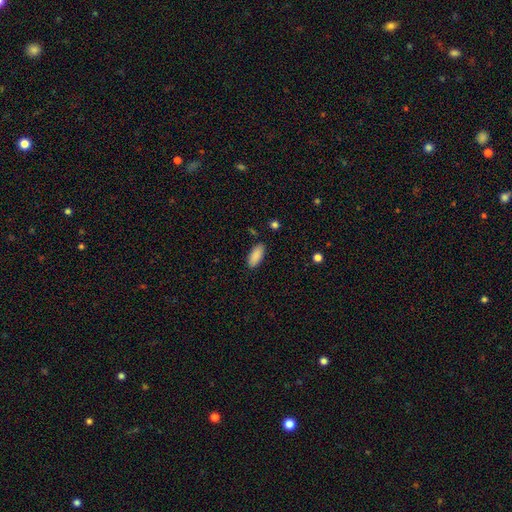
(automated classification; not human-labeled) Smooth or featured? smooth (89%)
How rounded? in between (83%)
Merging? none (86%)